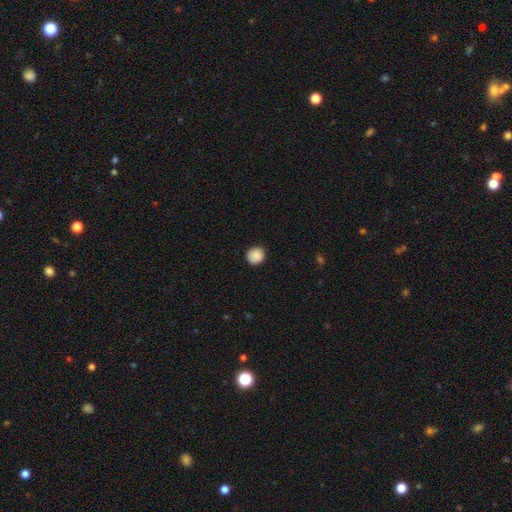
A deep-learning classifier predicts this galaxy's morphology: Q: Smooth or featured?
A: smooth (89%); runner-up: star or artifact (8%)
Q: How rounded?
A: round (92%); runner-up: in between (7%)
Q: Merging?
A: none (91%); runner-up: minor disturbance (7%)